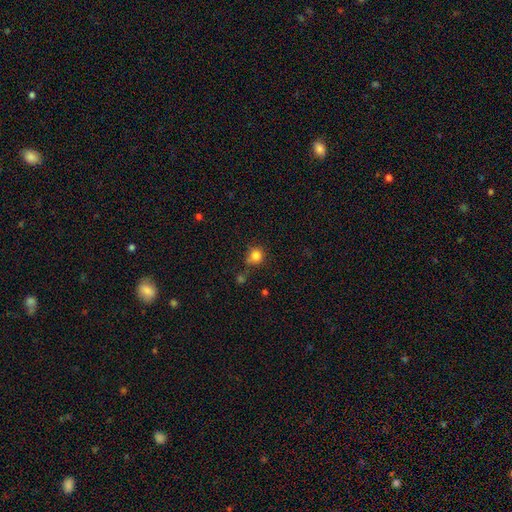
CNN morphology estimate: smooth_or_featured: smooth (p=0.83) [alt: star or artifact p=0.12]
how_rounded: round (p=0.87) [alt: in between p=0.12]
merging: none (p=0.66) [alt: minor disturbance p=0.20]